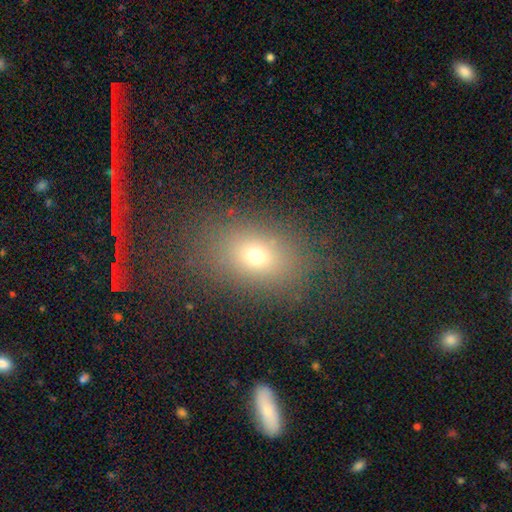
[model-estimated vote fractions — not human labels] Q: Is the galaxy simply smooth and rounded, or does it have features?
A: smooth — 67%.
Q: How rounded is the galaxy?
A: in between — 67%.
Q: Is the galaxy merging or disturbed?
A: none — 79%.